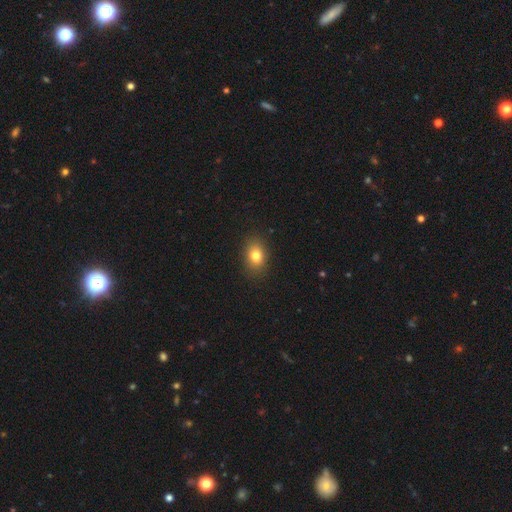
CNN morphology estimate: Smooth or featured? Predicted: smooth (p=0.79). How rounded? Predicted: in between (p=0.66). Merging? Predicted: none (p=0.88).